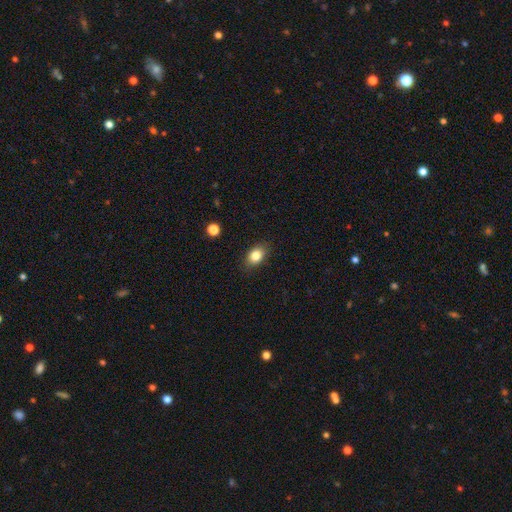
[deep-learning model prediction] A smooth galaxy with no disk features (82%) that is in between round and cigar-shaped (76%). Merging: none (86%).